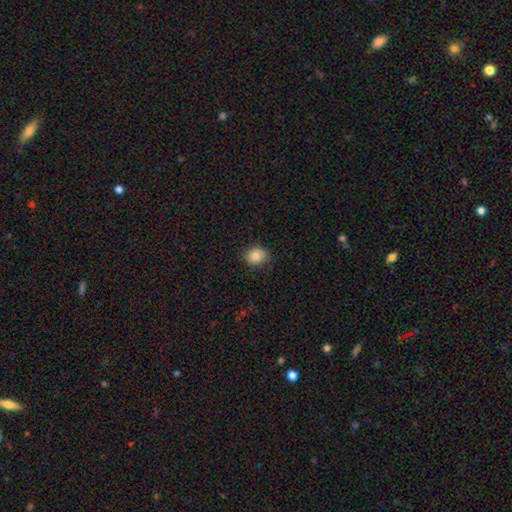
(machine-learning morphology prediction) Overall: smooth (85%). How rounded: round (62%; in between 37%). Merging: none (80%).